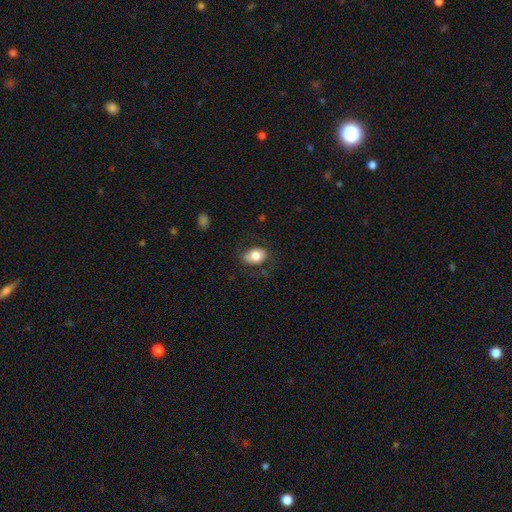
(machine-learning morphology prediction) This appears to be a smooth galaxy with no disk features (79%) that is in between round and cigar-shaped (76%). Merging: none (74%).